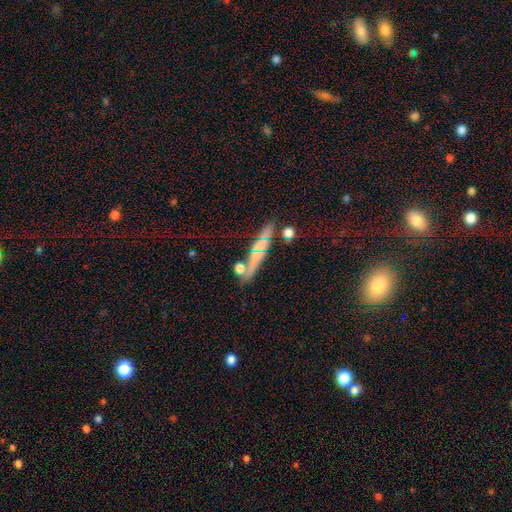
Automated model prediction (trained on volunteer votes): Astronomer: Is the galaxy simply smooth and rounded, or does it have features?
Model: smooth — 53% (runner-up: featured or disk, 33%).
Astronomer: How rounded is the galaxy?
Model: cigar-shaped — 75%.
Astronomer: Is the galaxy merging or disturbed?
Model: none — 69%.